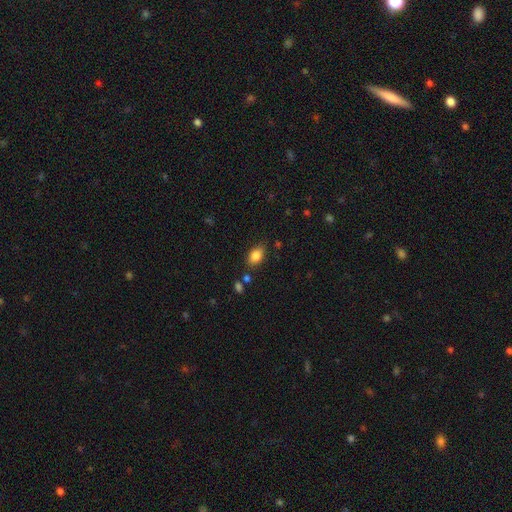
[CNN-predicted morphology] Smooth or featured? Predicted: smooth (p=0.85). How rounded? Predicted: in between (p=0.85). Merging? Predicted: none (p=0.78).